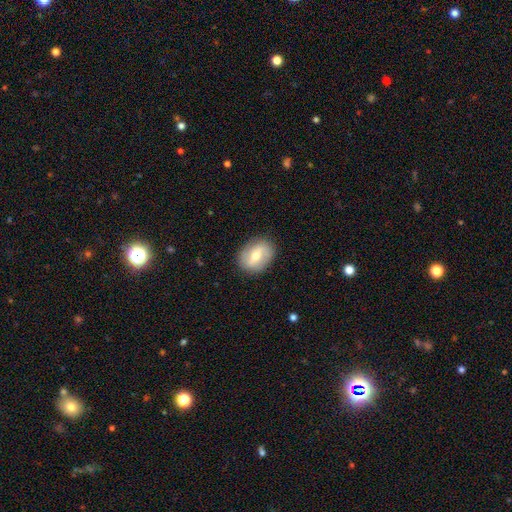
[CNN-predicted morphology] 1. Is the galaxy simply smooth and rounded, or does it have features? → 50% featured or disk, 43% smooth, 7% star or artifact.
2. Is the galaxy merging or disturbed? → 86% none, 10% minor disturbance, 3% major disturbance, 1% merger.